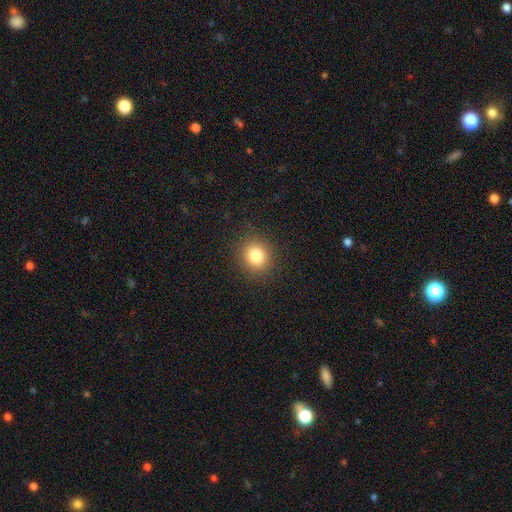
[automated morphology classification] smooth_or_featured: smooth (p=0.82) [alt: star or artifact p=0.12]
how_rounded: round (p=0.80) [alt: in between p=0.19]
merging: none (p=0.89) [alt: minor disturbance p=0.07]